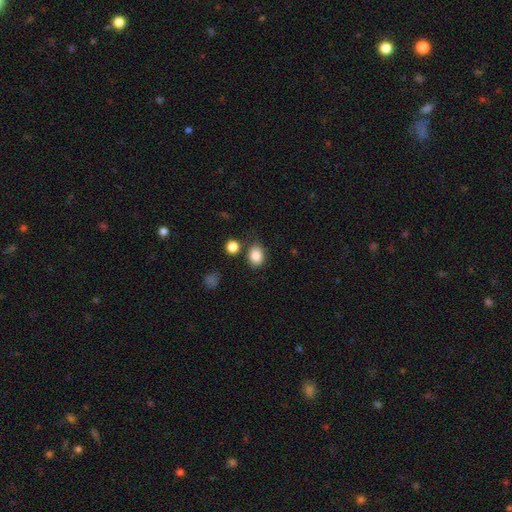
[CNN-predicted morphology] smooth-or-featured: smooth: 85% | star or artifact: 9% | featured or disk: 5%
  how-rounded: in between: 60% | round: 39% | cigar-shaped: 1%
  merging: none: 75% | minor disturbance: 14% | merger: 8% | major disturbance: 4%